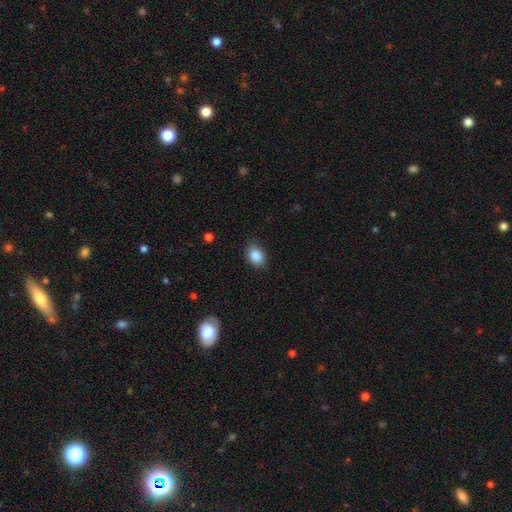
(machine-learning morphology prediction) Smooth or featured? Predicted: smooth (p=0.88). How rounded? Predicted: in between (p=0.68). Merging? Predicted: none (p=0.75).